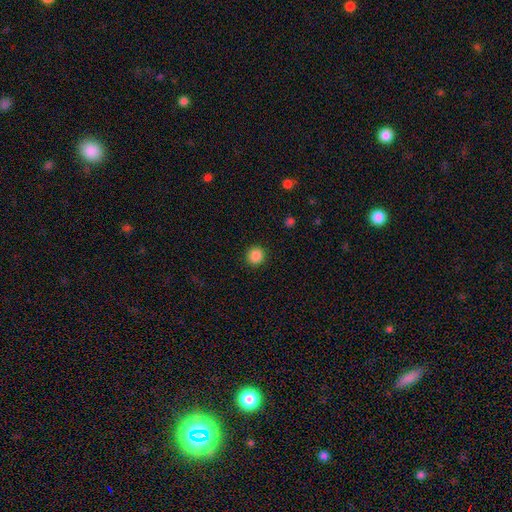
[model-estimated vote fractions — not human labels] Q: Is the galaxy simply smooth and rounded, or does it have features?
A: smooth — 87%.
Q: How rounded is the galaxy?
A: round — 92%.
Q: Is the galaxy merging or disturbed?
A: none — 92%.